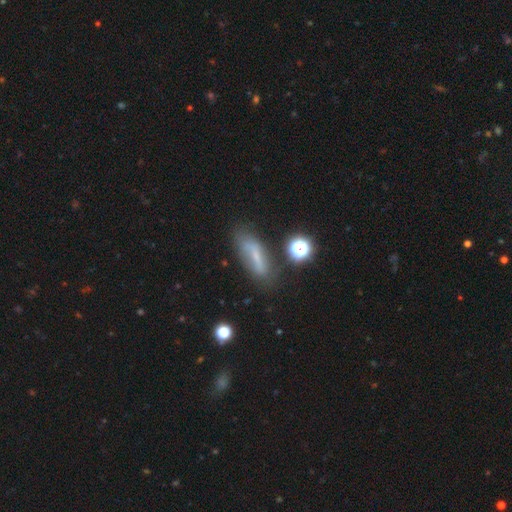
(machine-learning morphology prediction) A smooth galaxy with no disk features (49%).

Vote fractions:
- Smooth or featured? smooth: 49% / featured or disk: 37% / star or artifact: 13%
- Merging? none: 63% / minor disturbance: 22% / major disturbance: 9% / merger: 5%